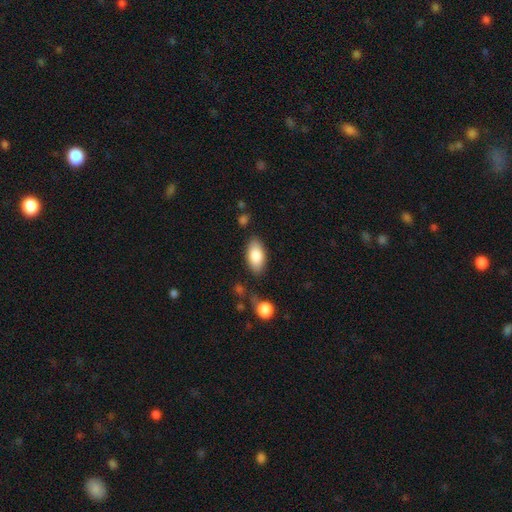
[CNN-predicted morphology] A smooth galaxy with no disk features (83%) that is in between round and cigar-shaped (92%).

Vote fractions:
- Smooth or featured? smooth: 83% / featured or disk: 11% / star or artifact: 6%
- How rounded? in between: 92% / cigar-shaped: 5% / round: 3%
- Merging? none: 81% / minor disturbance: 13% / major disturbance: 3% / merger: 3%